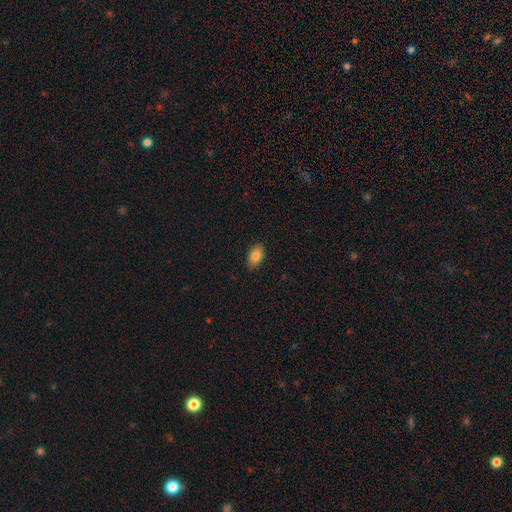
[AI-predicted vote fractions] Smooth or featured?
  - smooth: 84% *
  - star or artifact: 8%
  - featured or disk: 8%
How rounded?
  - in between: 91% *
  - round: 7%
  - cigar-shaped: 2%
Merging?
  - none: 85% *
  - minor disturbance: 12%
  - major disturbance: 2%
  - merger: 1%